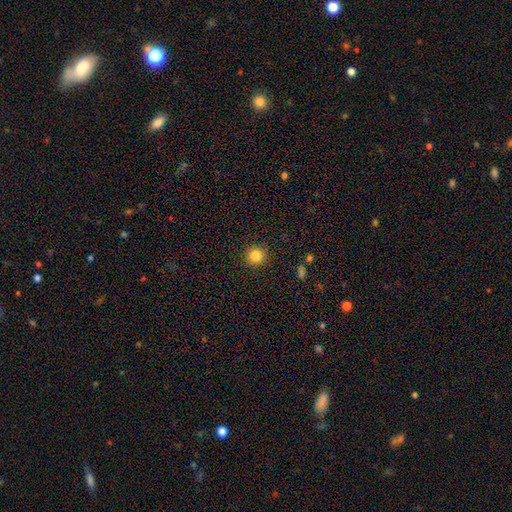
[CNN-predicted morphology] Smooth or featured? smooth (84%)
How rounded? round (94%)
Merging? none (91%)